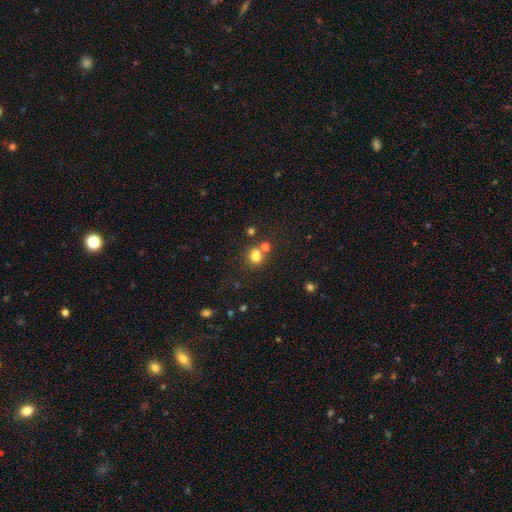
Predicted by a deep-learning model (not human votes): Smooth or featured? Predicted: smooth (p=0.75). How rounded? Predicted: round (p=0.65). Merging? Predicted: none (p=0.51).